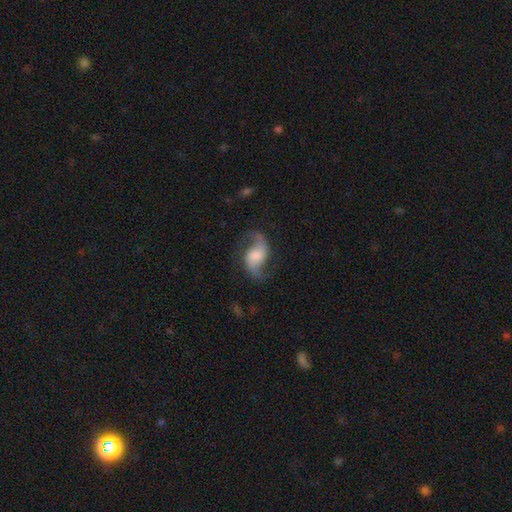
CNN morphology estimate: type=featured or disk (82%); edge-on=no (97%); bar=no (45%); spiral arms=yes (96%); winding=loose (69%); arm count=2 (93%); bulge=moderate (31%); merging=none (74%).